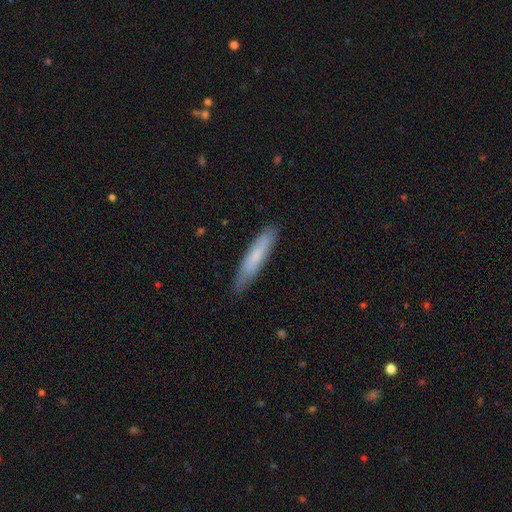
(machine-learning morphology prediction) Smooth or featured? smooth (69%)
How rounded? cigar-shaped (86%)
Merging? none (83%)